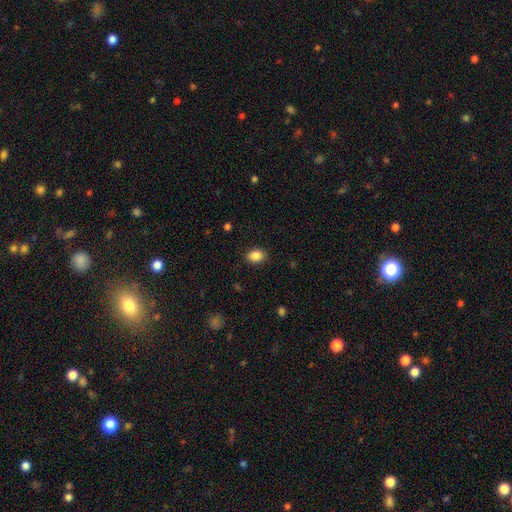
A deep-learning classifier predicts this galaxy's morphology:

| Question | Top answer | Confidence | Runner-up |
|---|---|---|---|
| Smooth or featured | smooth | 87% | star or artifact (9%) |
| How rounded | in between | 74% | round (25%) |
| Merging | none | 87% | minor disturbance (9%) |